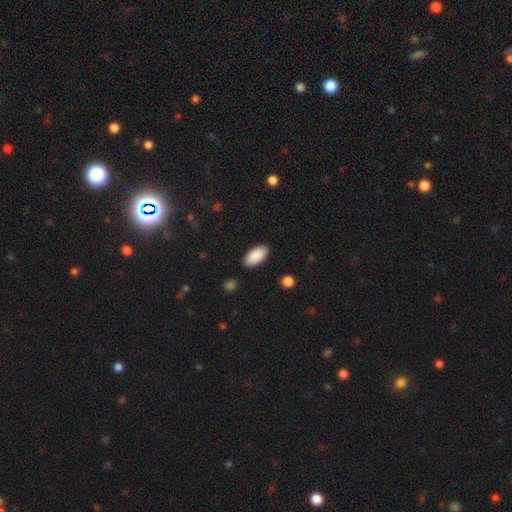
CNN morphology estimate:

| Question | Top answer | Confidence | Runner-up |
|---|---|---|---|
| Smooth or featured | smooth | 90% | star or artifact (6%) |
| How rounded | in between | 95% | cigar-shaped (3%) |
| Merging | none | 88% | minor disturbance (8%) |